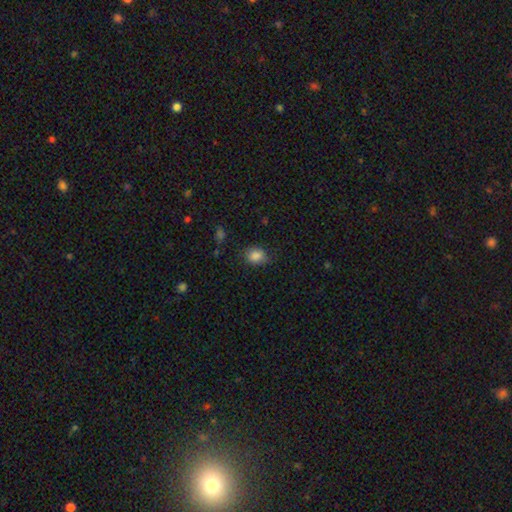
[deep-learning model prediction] smooth 86%, star or artifact 9%, featured or disk 5%. Down the decision tree: how rounded — in between (57%); merging — none (76%).